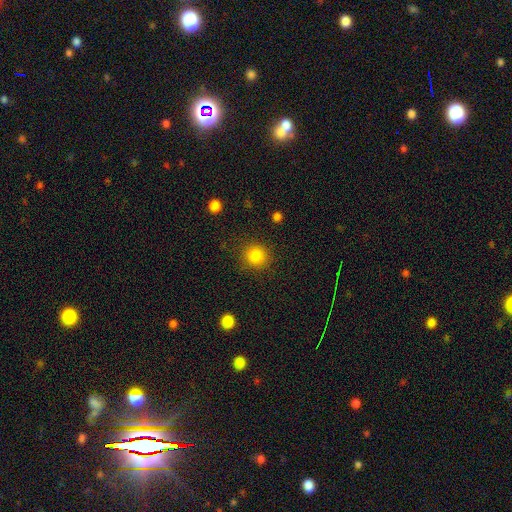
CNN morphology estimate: Smooth or featured?
  - smooth: 85% *
  - star or artifact: 11%
  - featured or disk: 4%
How rounded?
  - round: 92% *
  - in between: 7%
  - cigar-shaped: 1%
Merging?
  - none: 88% *
  - minor disturbance: 7%
  - major disturbance: 3%
  - merger: 1%